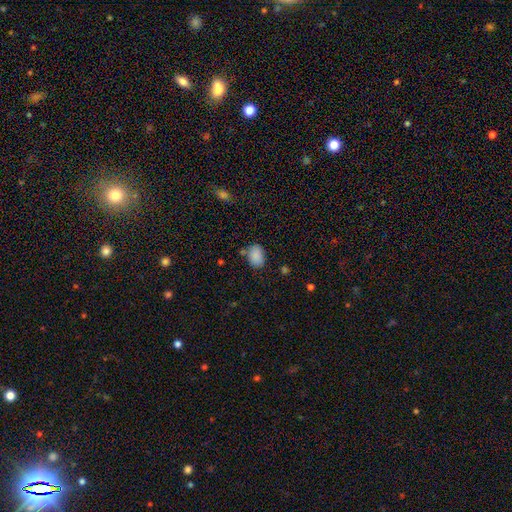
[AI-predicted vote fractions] A smooth galaxy with no disk features (87%) that is in between round and cigar-shaped (81%).

Vote fractions:
- Smooth or featured? smooth: 87% / star or artifact: 8% / featured or disk: 5%
- How rounded? in between: 81% / round: 18% / cigar-shaped: 1%
- Merging? none: 71% / minor disturbance: 18% / merger: 7% / major disturbance: 5%